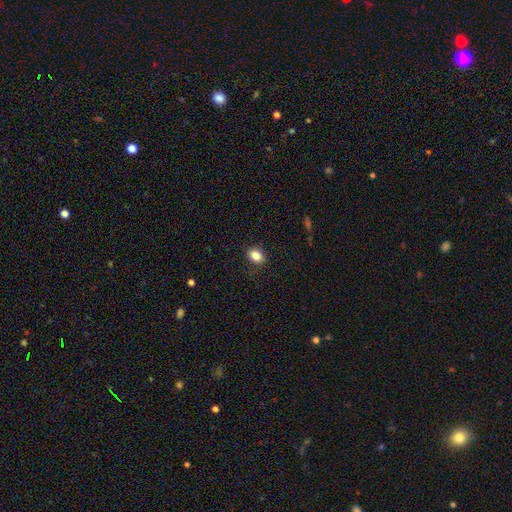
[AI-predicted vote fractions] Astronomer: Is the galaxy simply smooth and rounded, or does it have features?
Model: smooth — 84%.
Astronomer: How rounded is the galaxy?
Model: in between — 73%.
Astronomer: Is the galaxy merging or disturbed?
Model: none — 85%.